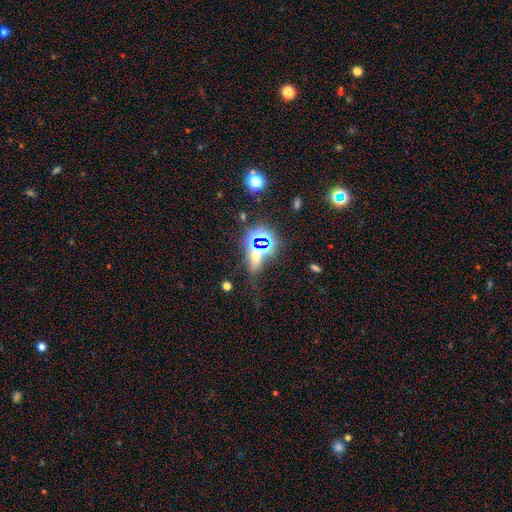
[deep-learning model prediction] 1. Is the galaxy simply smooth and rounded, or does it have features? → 51% star or artifact, 33% smooth, 15% featured or disk.